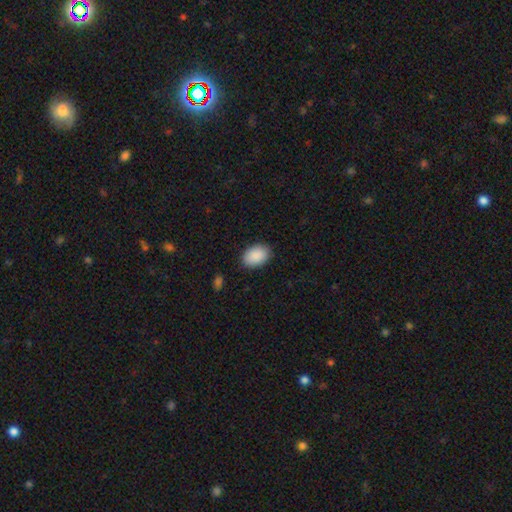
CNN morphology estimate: Smooth or featured? Predicted: smooth (p=0.91). How rounded? Predicted: in between (p=0.87). Merging? Predicted: none (p=0.87).